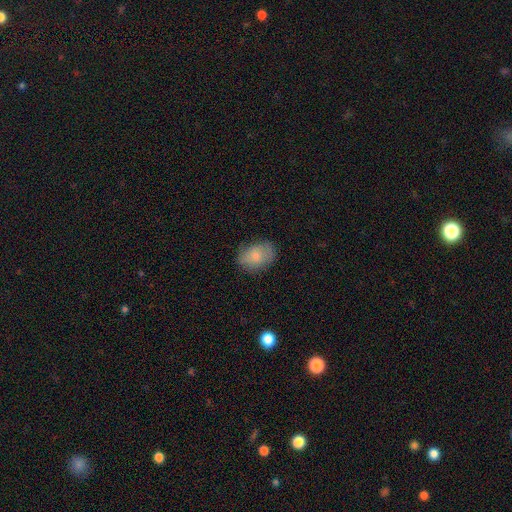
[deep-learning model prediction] The model was most divided on "how rounded": in between: 72%, round: 27%, cigar-shaped: 1%. More confident: smooth or featured — smooth (78%); merging — none (76%).